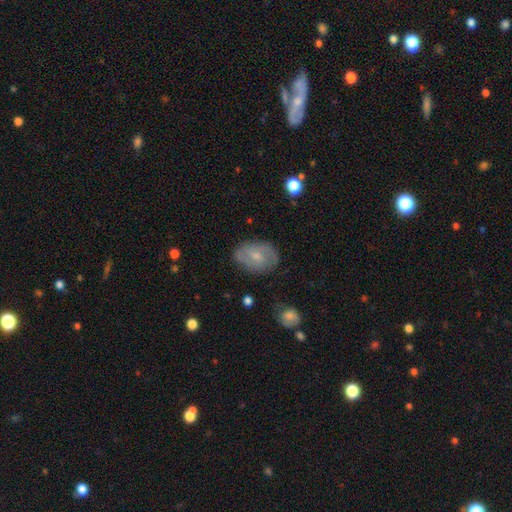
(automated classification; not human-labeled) Morphology: type=smooth (54%); roundness=in between (80%); merging=none (76%).